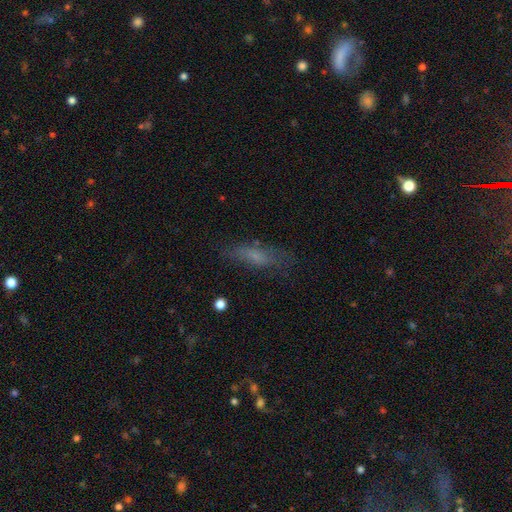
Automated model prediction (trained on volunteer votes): Smooth or featured? smooth (62%)
How rounded? cigar-shaped (58%)
Merging? none (67%)